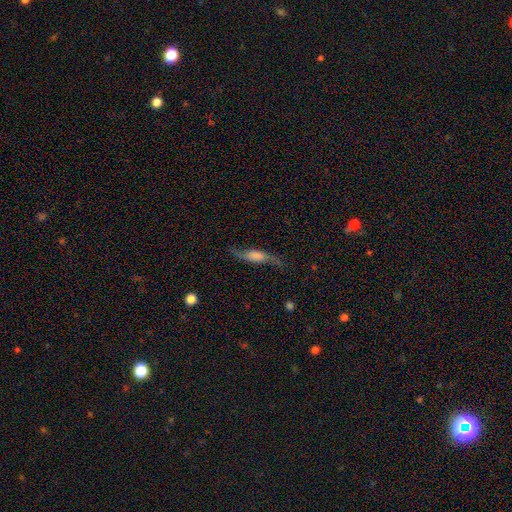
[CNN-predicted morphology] This is likely a featured or disk galaxy (72%). It is possibly viewed edge-on (50%, tied with no). Merging: likely none (72%).